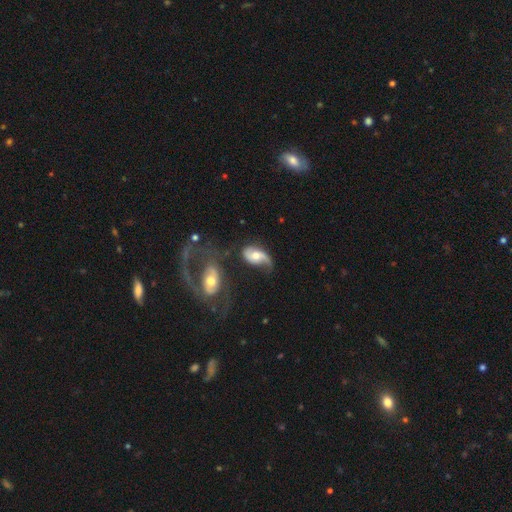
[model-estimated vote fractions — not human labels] This appears to be a featured or disk galaxy (68%) with no bar (66%), 2 (61%) loose (58%) spiral arms (86%) and a moderate central bulge (67%). Merging: none (37%).